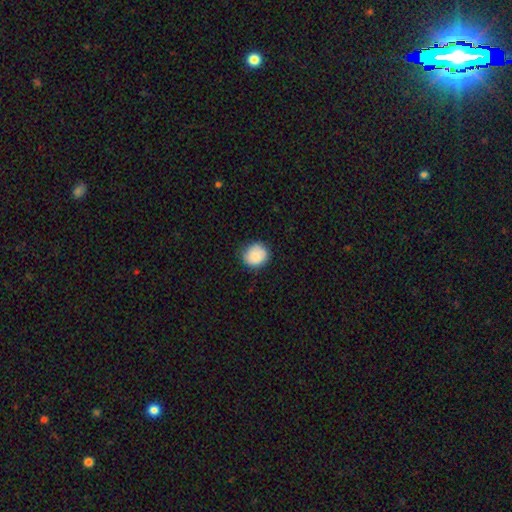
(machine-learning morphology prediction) The model was most divided on "how rounded": round: 81%, in between: 18%, cigar-shaped: 1%. More confident: smooth or featured — smooth (87%); merging — none (81%).